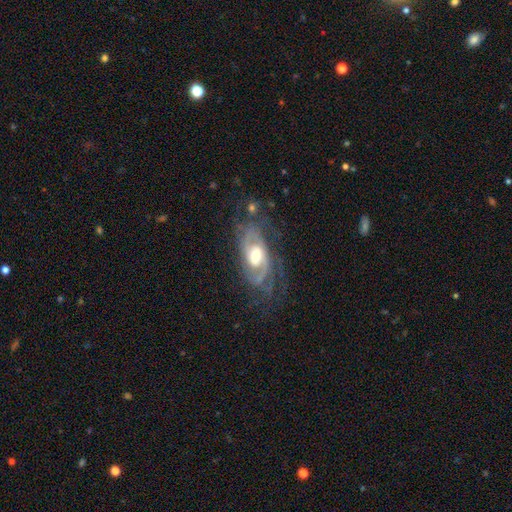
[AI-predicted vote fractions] Smooth or featured? Predicted: featured or disk (p=0.85). Edge-on disk? Predicted: no (p=0.94). Bar? Predicted: no (p=0.47). Spiral arms? Predicted: yes (p=0.94). Spiral winding? Predicted: tight (p=0.46). Spiral arm count? Predicted: 2 (p=0.54). Bulge size? Predicted: moderate (p=0.69). Merging? Predicted: none (p=0.63).